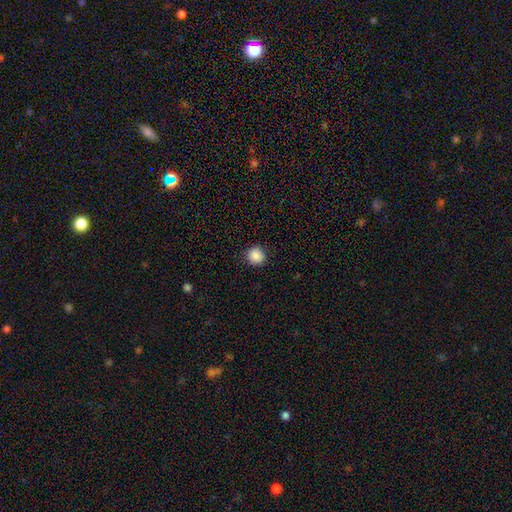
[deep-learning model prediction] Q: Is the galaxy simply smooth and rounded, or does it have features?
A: smooth — 88%.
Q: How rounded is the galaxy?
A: round — 91%.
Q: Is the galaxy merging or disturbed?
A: none — 90%.